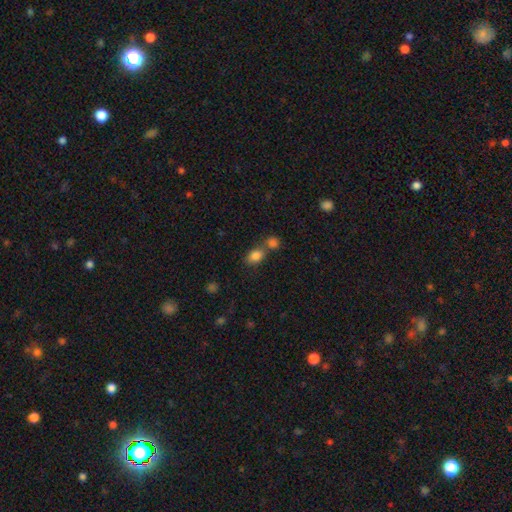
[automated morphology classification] A smooth galaxy with no disk features (83%) that is in between round and cigar-shaped (71%). Merging: none (48%).